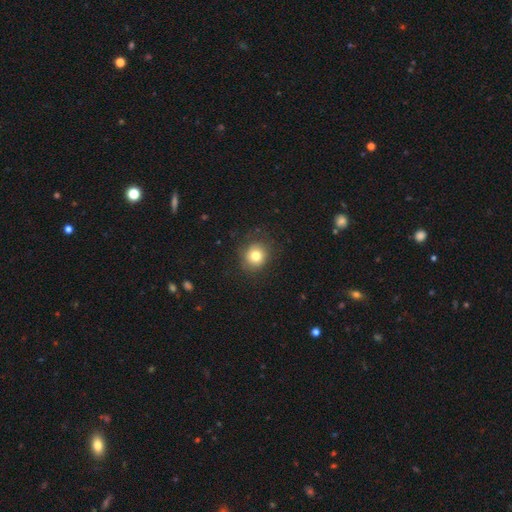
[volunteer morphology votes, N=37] This is likely a smooth galaxy (76%). How rounded: likely round (75%). Merging: clearly none (83%).